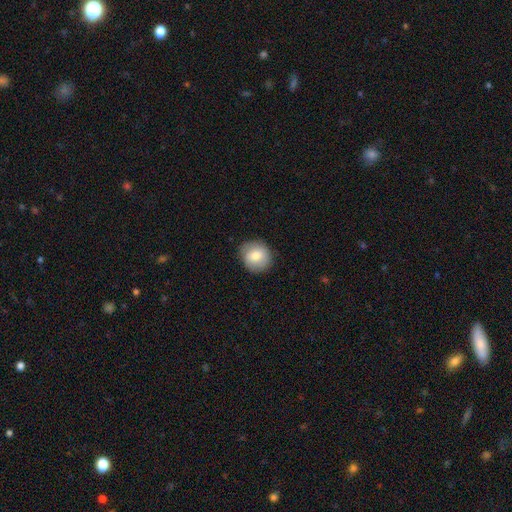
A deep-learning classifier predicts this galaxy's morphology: smooth-or-featured: smooth: 75% | featured or disk: 17% | star or artifact: 8%
  how-rounded: round: 85% | in between: 14% | cigar-shaped: 1%
  merging: none: 83% | minor disturbance: 13% | major disturbance: 3% | merger: 1%